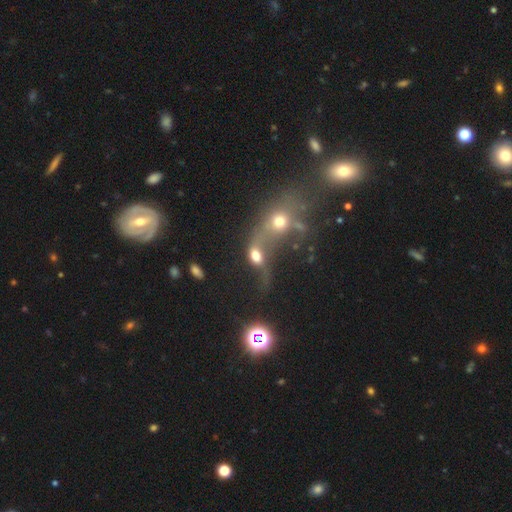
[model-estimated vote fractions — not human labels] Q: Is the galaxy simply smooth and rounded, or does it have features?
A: smooth — 49%.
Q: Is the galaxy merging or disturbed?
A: merger — 68%.